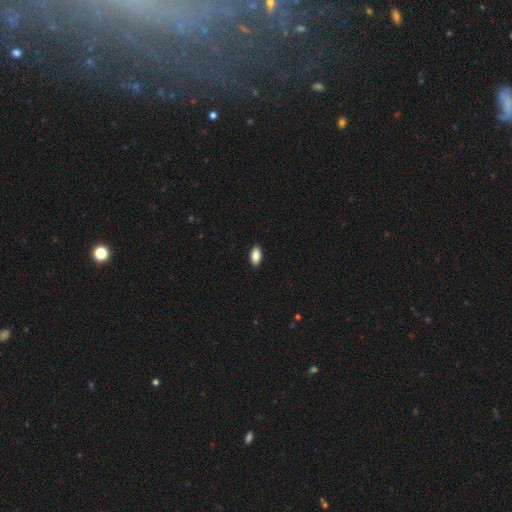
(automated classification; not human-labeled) Q: Smooth or featured?
A: smooth (89%); runner-up: star or artifact (7%)
Q: How rounded?
A: in between (92%); runner-up: cigar-shaped (6%)
Q: Merging?
A: none (90%); runner-up: minor disturbance (7%)